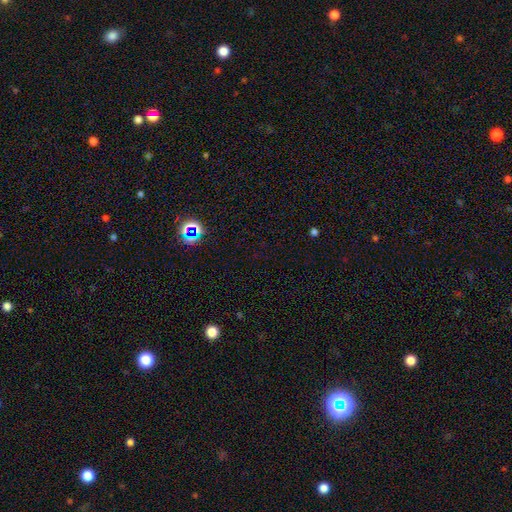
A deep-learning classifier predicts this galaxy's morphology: star or artifact 70%, smooth 22%, featured or disk 7%.